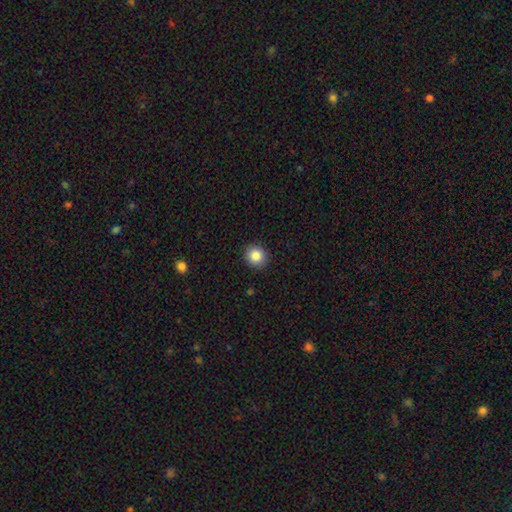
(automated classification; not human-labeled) Smooth or featured? smooth (85%)
How rounded? round (90%)
Merging? none (91%)